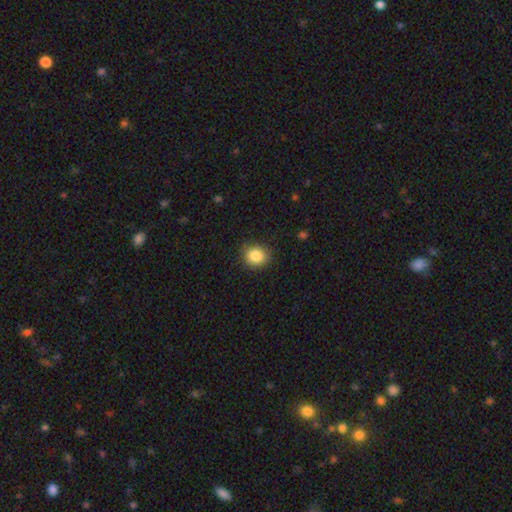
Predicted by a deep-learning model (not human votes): Smooth or featured?
  - smooth: 85% *
  - star or artifact: 10%
  - featured or disk: 5%
How rounded?
  - round: 78% *
  - in between: 21%
  - cigar-shaped: 1%
Merging?
  - none: 86% *
  - minor disturbance: 11%
  - major disturbance: 3%
  - merger: 1%